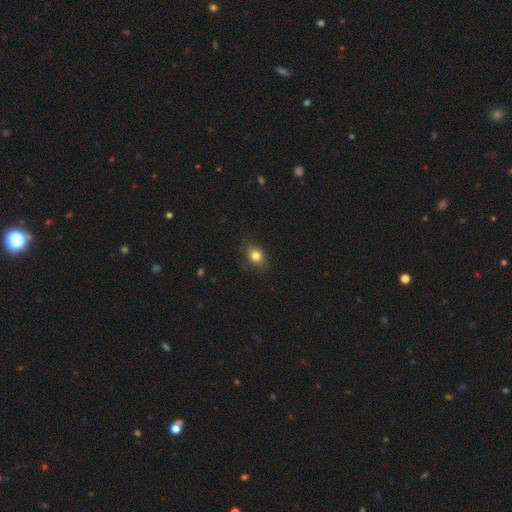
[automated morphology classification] Smooth or featured: smooth — 81% (star or artifact — 11%)
How rounded: in between — 55% (round — 43%)
Merging: none — 79% (minor disturbance — 16%)